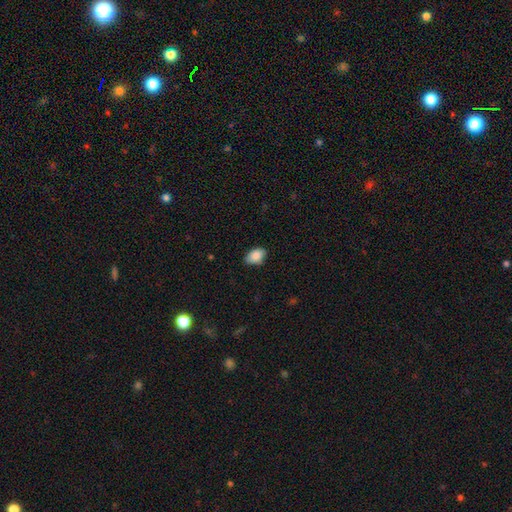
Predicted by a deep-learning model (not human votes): Smooth or featured?
  - smooth: 87% *
  - star or artifact: 7%
  - featured or disk: 5%
How rounded?
  - in between: 85% *
  - round: 13%
  - cigar-shaped: 1%
Merging?
  - none: 79% *
  - minor disturbance: 18%
  - major disturbance: 3%
  - merger: 1%